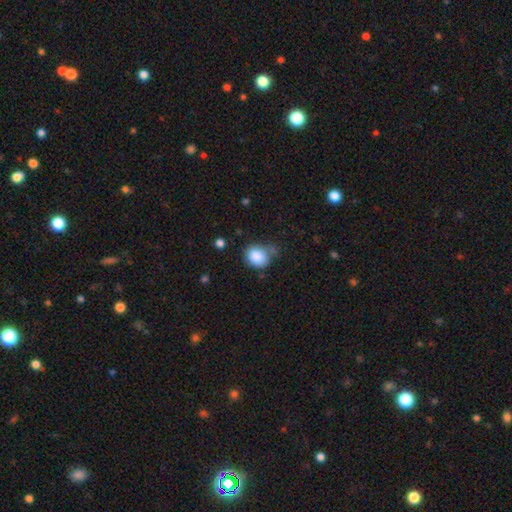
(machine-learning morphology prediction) This appears to be a smooth galaxy with no disk features (86%) that is round (64%). Merging: none (60%).